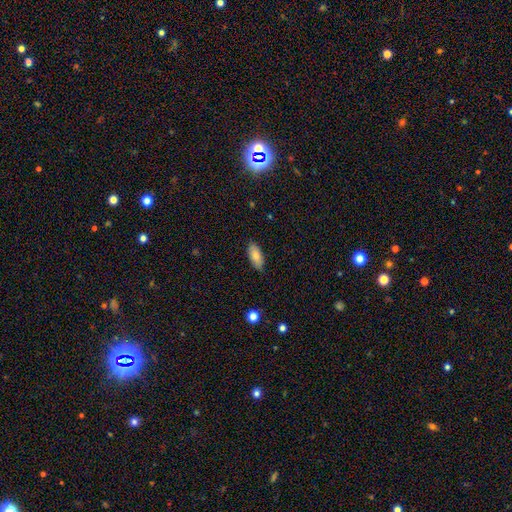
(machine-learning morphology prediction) A smooth galaxy with no disk features (78%) that is in between round and cigar-shaped (86%). Merging: none (86%).